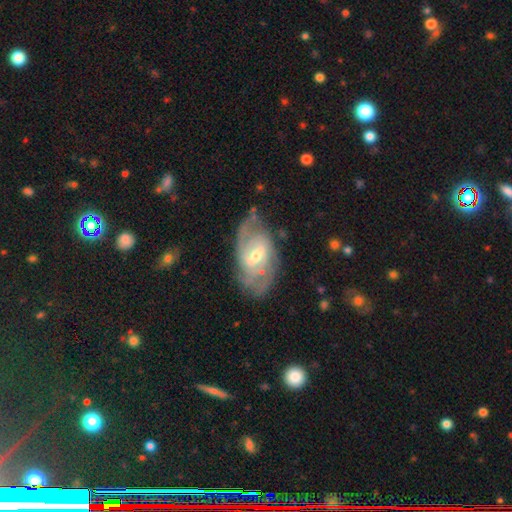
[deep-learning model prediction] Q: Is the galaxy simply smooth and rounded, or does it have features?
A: featured or disk — 83%.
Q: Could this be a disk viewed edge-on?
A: no — 95%.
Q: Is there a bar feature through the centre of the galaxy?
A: weak — 56%.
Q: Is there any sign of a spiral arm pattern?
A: yes — 92%.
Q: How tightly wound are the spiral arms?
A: tight — 43%.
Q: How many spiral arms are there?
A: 2 — 51%.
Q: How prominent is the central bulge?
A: moderate — 48%.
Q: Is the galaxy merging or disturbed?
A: none — 69%.